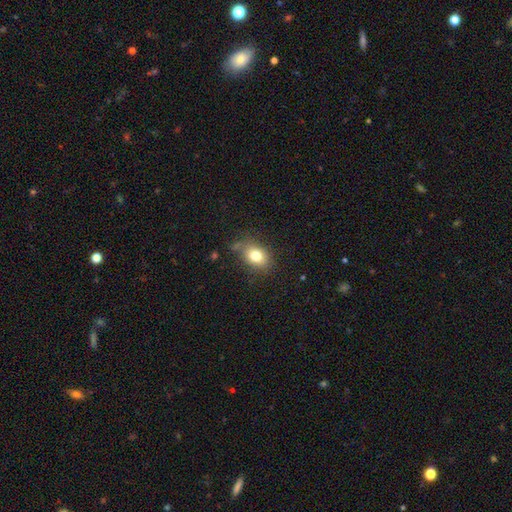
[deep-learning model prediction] Smooth or featured? Predicted: smooth (p=0.79). How rounded? Predicted: in between (p=0.71). Merging? Predicted: none (p=0.70).